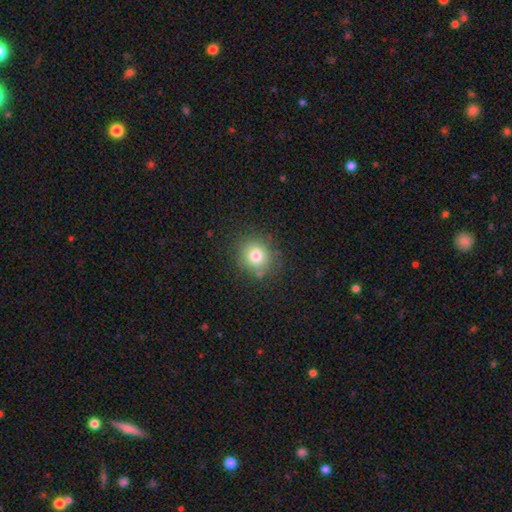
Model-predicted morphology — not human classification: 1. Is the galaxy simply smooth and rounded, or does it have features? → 77% smooth, 13% star or artifact, 9% featured or disk.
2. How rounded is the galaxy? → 87% round, 12% in between, 1% cigar-shaped.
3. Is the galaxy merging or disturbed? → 82% none, 11% minor disturbance, 4% major disturbance, 3% merger.